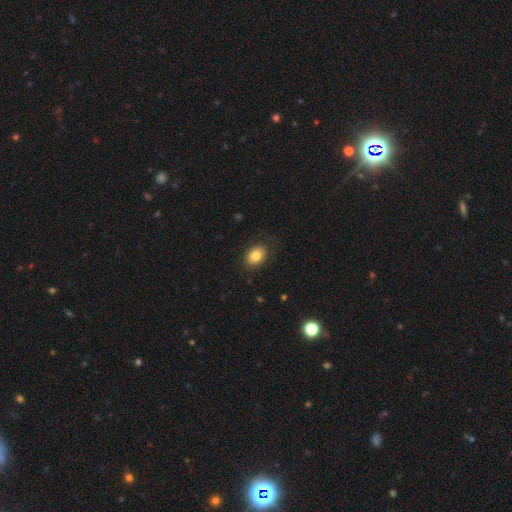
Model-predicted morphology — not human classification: Overall: smooth (82%). How rounded: in between (71%). Merging: none (82%).